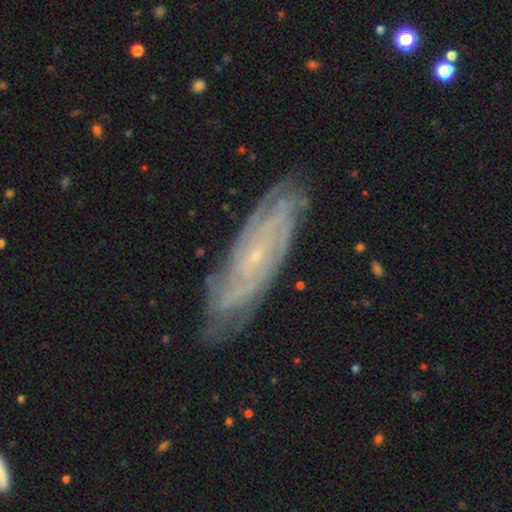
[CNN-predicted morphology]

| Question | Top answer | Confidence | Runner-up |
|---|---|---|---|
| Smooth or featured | featured or disk | 82% | smooth (10%) |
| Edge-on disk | no | 86% | yes (14%) |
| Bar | no | 71% | weak (23%) |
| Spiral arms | yes | 96% | no (4%) |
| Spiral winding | tight | 72% | medium (23%) |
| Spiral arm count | can't tell | 36% | 2 (18%) |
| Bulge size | small | 87% | moderate (7%) |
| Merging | none | 83% | minor disturbance (13%) |